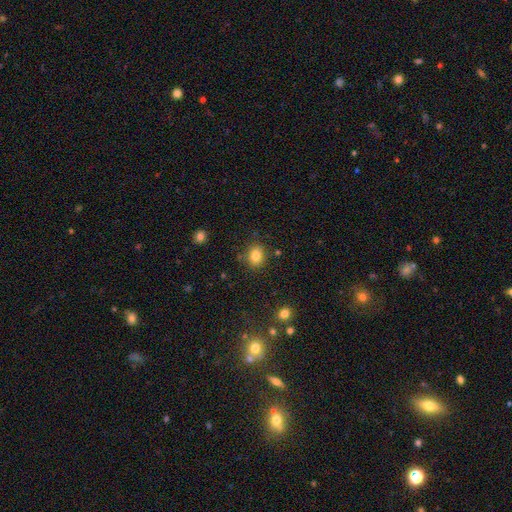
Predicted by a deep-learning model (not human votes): A smooth galaxy with no disk features (83%) that is in between round and cigar-shaped (53%).

Vote fractions:
- Smooth or featured? smooth: 83% / star or artifact: 11% / featured or disk: 6%
- How rounded? in between: 53% / round: 46% / cigar-shaped: 1%
- Merging? none: 83% / minor disturbance: 11% / merger: 3% / major disturbance: 3%